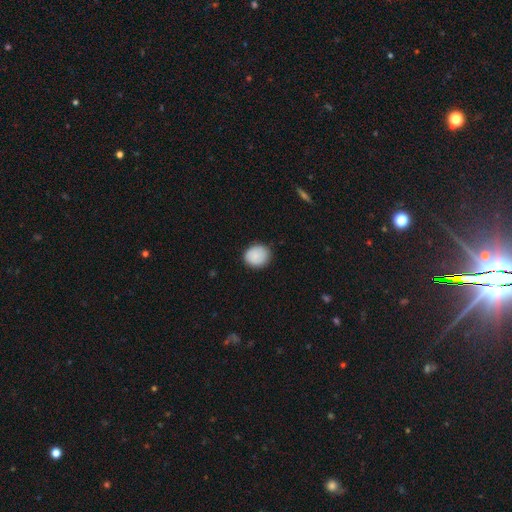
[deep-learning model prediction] Smooth or featured?
  - smooth: 86% *
  - star or artifact: 7%
  - featured or disk: 6%
How rounded?
  - round: 73% *
  - in between: 27%
  - cigar-shaped: 1%
Merging?
  - none: 83% *
  - minor disturbance: 14%
  - major disturbance: 2%
  - merger: 1%